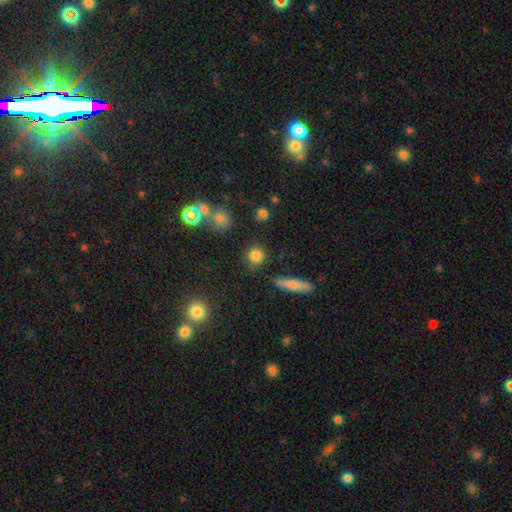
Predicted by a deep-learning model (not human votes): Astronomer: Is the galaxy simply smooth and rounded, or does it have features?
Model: smooth — 81%.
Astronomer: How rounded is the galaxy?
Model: round — 89%.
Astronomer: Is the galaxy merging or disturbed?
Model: none — 85%.